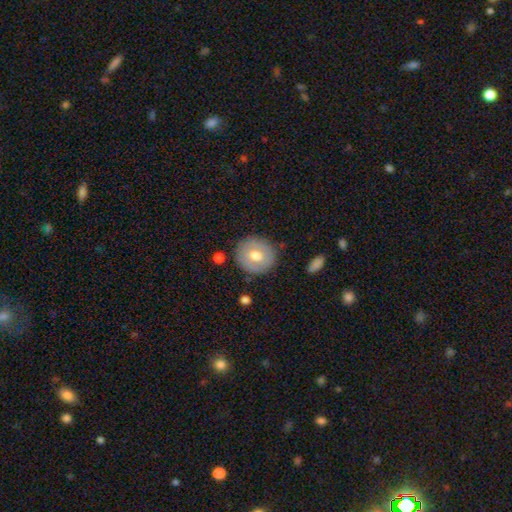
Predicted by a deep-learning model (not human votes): Smooth or featured? Predicted: smooth (p=0.63). How rounded? Predicted: round (p=0.88). Merging? Predicted: none (p=0.84).